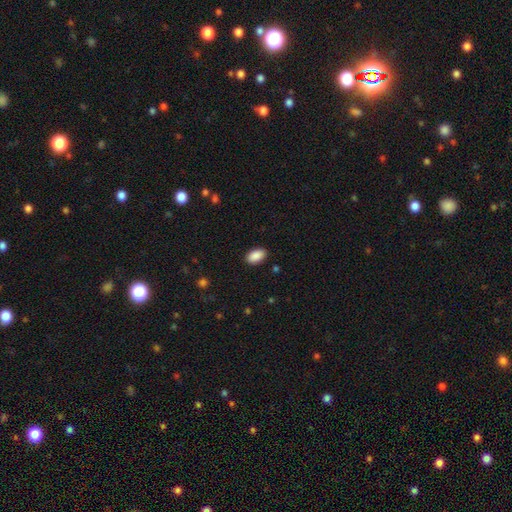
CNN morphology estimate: Smooth or featured: smooth — 90% (star or artifact — 7%)
How rounded: in between — 94% (round — 4%)
Merging: none — 88% (minor disturbance — 8%)